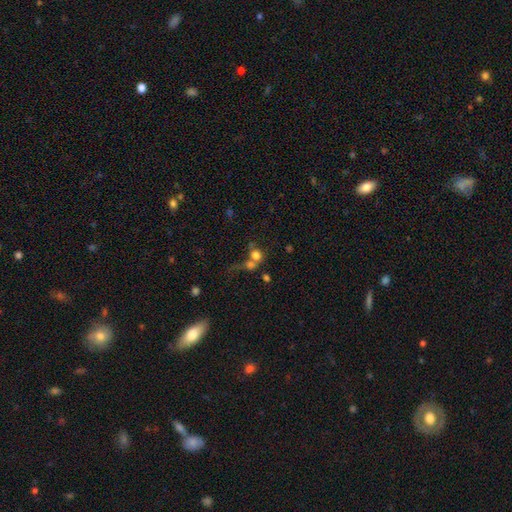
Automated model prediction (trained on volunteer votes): Smooth or featured? smooth (72%)
How rounded? round (73%)
Merging? merger (56%)